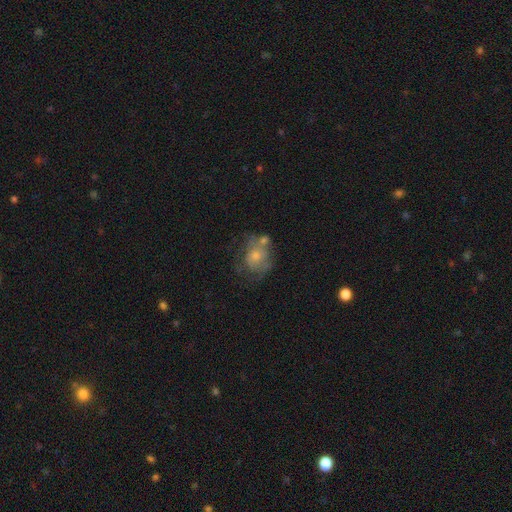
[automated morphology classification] This is possibly a featured or disk galaxy (47%). Merging: possibly none (46%).